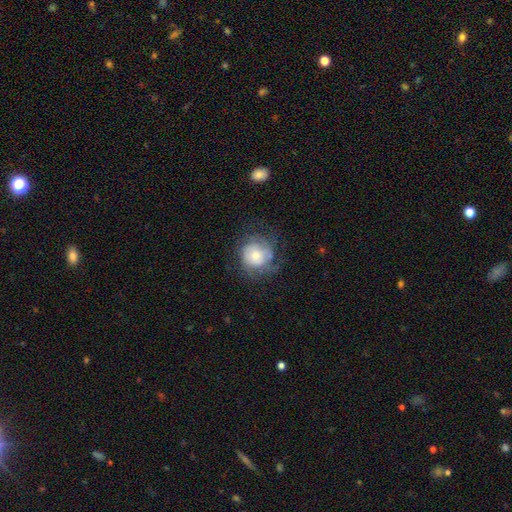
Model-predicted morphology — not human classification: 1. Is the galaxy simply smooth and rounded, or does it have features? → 47% featured or disk, 44% smooth, 9% star or artifact.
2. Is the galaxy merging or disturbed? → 57% none, 23% minor disturbance, 18% major disturbance, 2% merger.